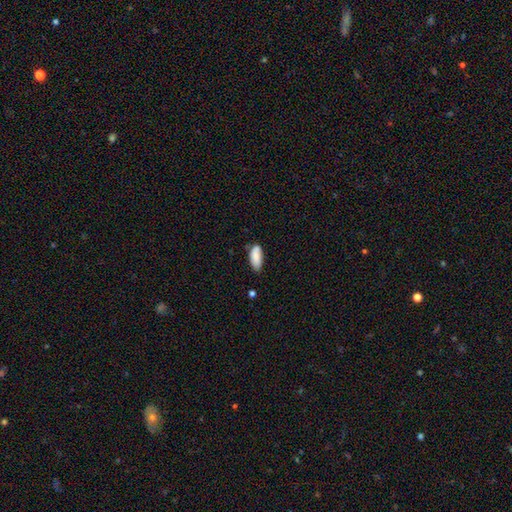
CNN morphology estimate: smooth_or_featured: smooth (p=0.87) [alt: star or artifact p=0.07]
how_rounded: in between (p=0.80) [alt: cigar-shaped p=0.18]
merging: none (p=0.66) [alt: minor disturbance p=0.25]